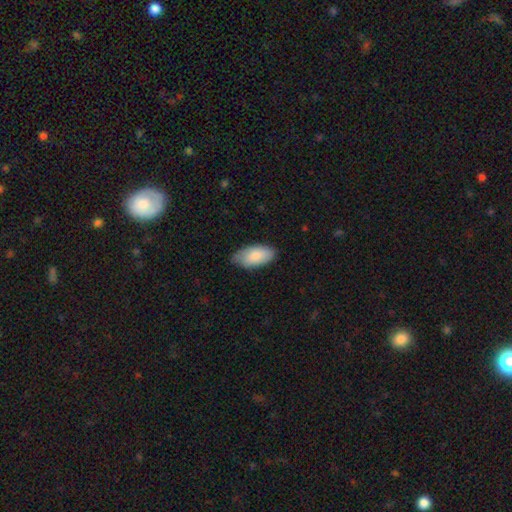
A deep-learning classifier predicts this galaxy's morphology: Q: Smooth or featured?
A: smooth (84%); runner-up: featured or disk (11%)
Q: How rounded?
A: in between (94%); runner-up: cigar-shaped (4%)
Q: Merging?
A: none (71%); runner-up: minor disturbance (25%)